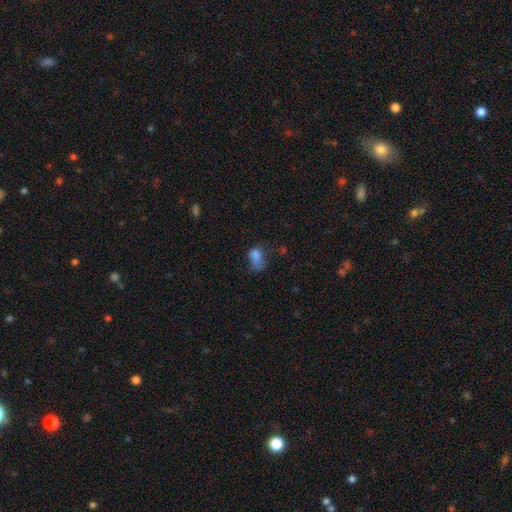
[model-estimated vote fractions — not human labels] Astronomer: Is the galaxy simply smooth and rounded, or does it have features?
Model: smooth — 73%.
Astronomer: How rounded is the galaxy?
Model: in between — 75%.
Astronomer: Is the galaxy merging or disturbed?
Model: major disturbance — 40% (runner-up: minor disturbance, 27%).